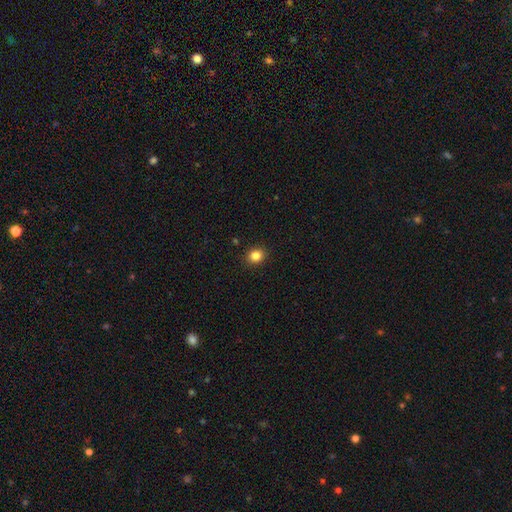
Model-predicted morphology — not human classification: A smooth galaxy with no disk features (84%) that is round (73%).

Vote fractions:
- Smooth or featured? smooth: 84% / star or artifact: 11% / featured or disk: 5%
- How rounded? round: 73% / in between: 26% / cigar-shaped: 1%
- Merging? none: 91% / minor disturbance: 6% / major disturbance: 2% / merger: 1%